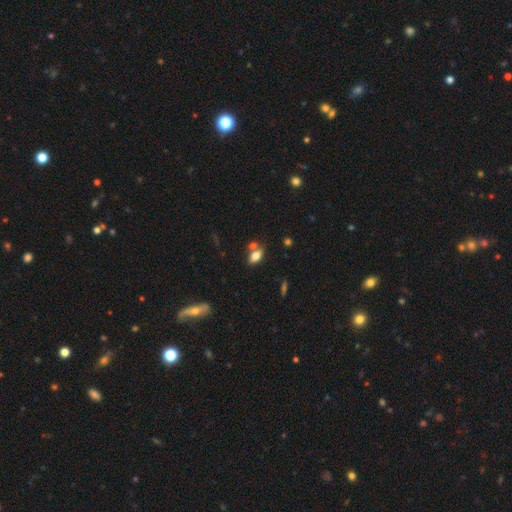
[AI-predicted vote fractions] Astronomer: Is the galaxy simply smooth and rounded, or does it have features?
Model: smooth — 76%.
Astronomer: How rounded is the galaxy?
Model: in between — 86%.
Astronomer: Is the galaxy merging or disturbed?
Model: none — 54% (runner-up: merger, 29%).